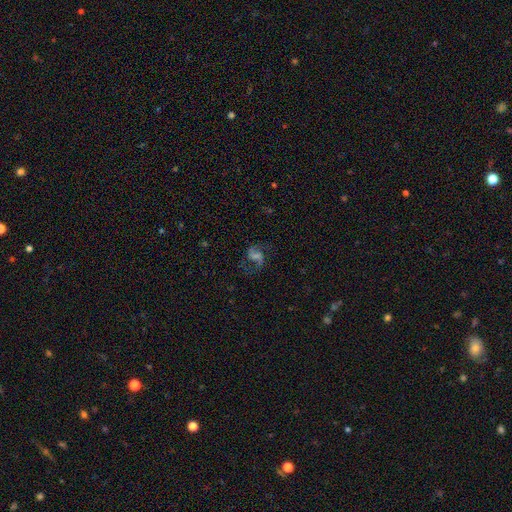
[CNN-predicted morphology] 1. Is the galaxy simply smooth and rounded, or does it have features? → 71% featured or disk, 15% star or artifact, 15% smooth.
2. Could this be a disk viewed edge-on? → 97% no, 3% yes.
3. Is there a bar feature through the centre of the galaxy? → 47% weak, 29% no, 24% strong.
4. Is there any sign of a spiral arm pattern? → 93% yes, 7% no.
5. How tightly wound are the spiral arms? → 52% loose, 40% medium, 8% tight.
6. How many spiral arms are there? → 89% 2, 4% 1, 4% can't tell, 1% 3, 1% 4, 1% more than 4.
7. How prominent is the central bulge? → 36% none, 25% small, 23% moderate, 12% large, 3% dominant.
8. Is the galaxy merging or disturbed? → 67% none, 16% major disturbance, 14% minor disturbance, 2% merger.